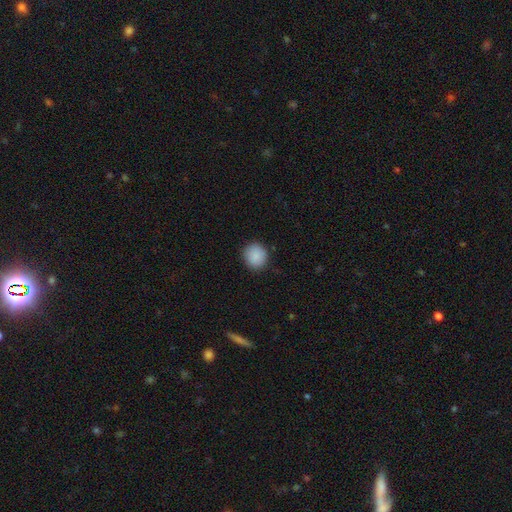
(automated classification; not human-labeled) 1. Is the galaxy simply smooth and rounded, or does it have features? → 89% smooth, 8% star or artifact, 4% featured or disk.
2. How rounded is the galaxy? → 87% round, 12% in between, 1% cigar-shaped.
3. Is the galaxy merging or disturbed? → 88% none, 9% minor disturbance, 2% major disturbance, 1% merger.